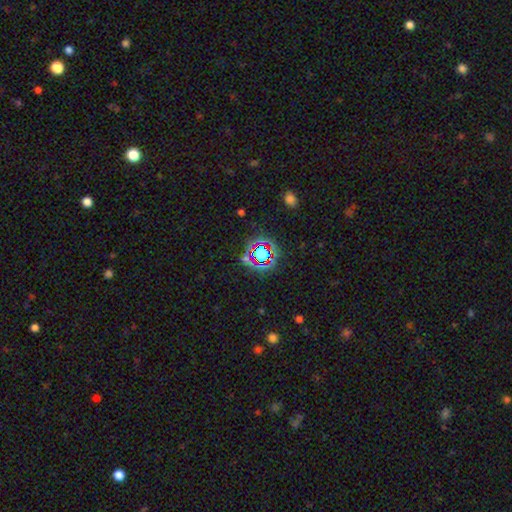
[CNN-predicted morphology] Smooth or featured? Predicted: star or artifact (p=0.71).